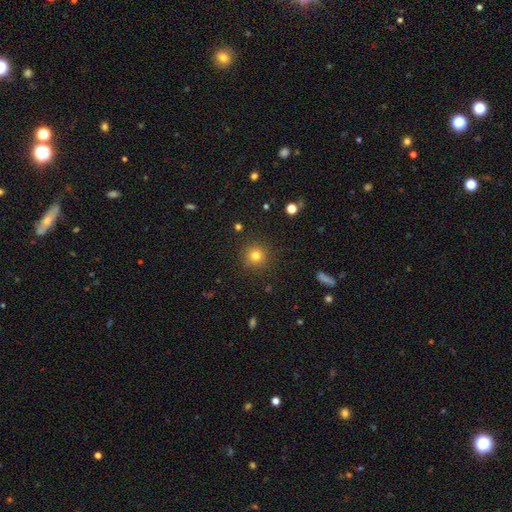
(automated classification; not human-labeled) Overall: smooth (79%). How rounded: round (94%). Merging: none (90%).